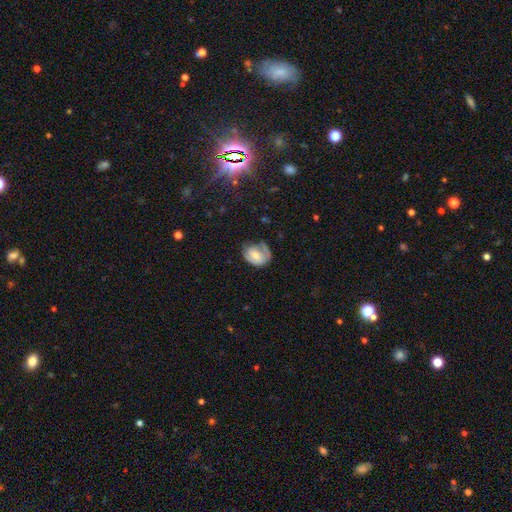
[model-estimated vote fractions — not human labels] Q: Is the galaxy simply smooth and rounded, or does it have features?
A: smooth — 52%.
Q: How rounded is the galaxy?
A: in between — 59%.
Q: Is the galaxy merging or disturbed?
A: none — 43%.